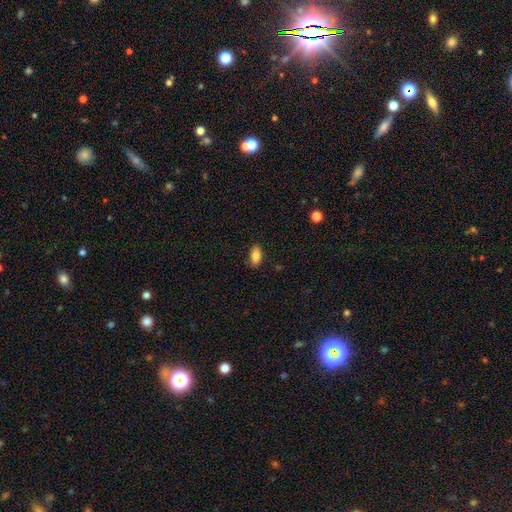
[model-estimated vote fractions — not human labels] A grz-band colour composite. It shows a smooth galaxy with no disk features (86%) that is in between round and cigar-shaped (91%). Merging: none (85%).